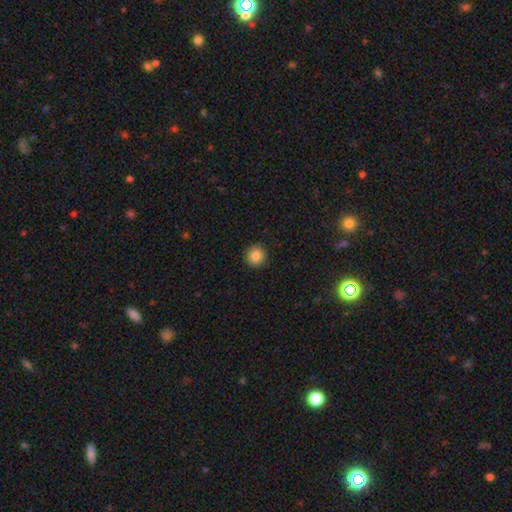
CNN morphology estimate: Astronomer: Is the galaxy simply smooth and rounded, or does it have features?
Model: smooth — 86%.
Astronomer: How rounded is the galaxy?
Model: round — 95%.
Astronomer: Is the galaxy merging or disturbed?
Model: none — 92%.